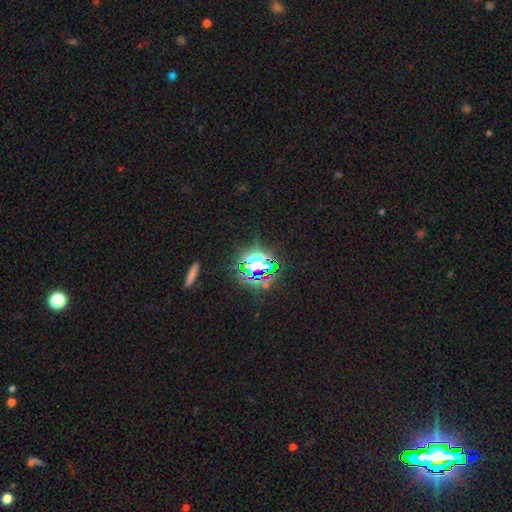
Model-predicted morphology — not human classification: A star or artifact, not a galaxy (79%).